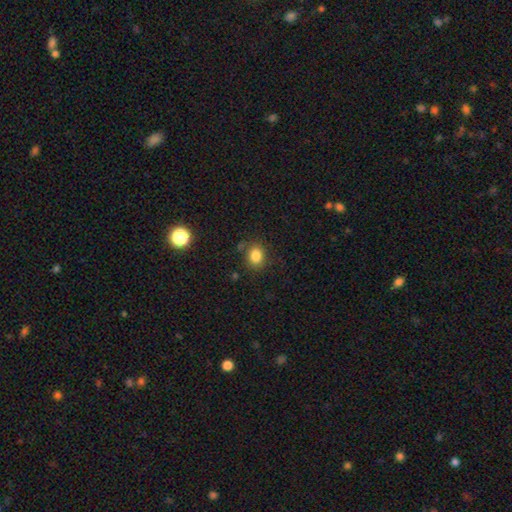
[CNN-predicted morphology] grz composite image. It shows a smooth galaxy with no disk features (83%) that is round (54%). Merging: none (78%).